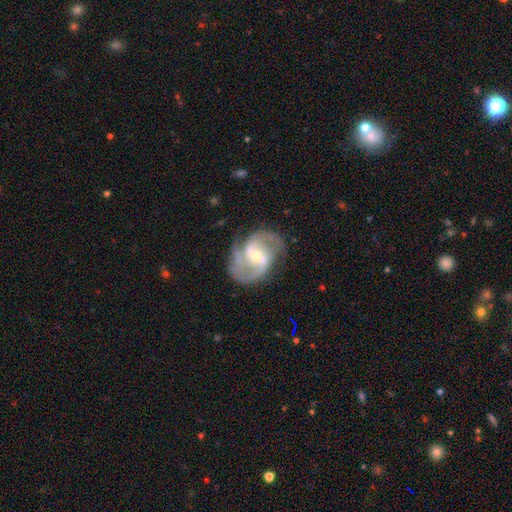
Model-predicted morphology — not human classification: This appears to be a featured or disk galaxy (90%) with a weak bar (47%), 2 (76%) medium (58%) spiral arms (97%) and a small central bulge (51%). Merging: none (73%).